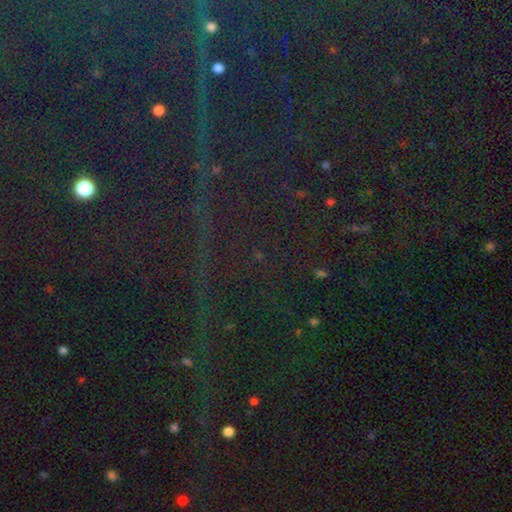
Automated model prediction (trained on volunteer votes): smooth_or_featured: star or artifact (p=0.85) [alt: smooth p=0.08]